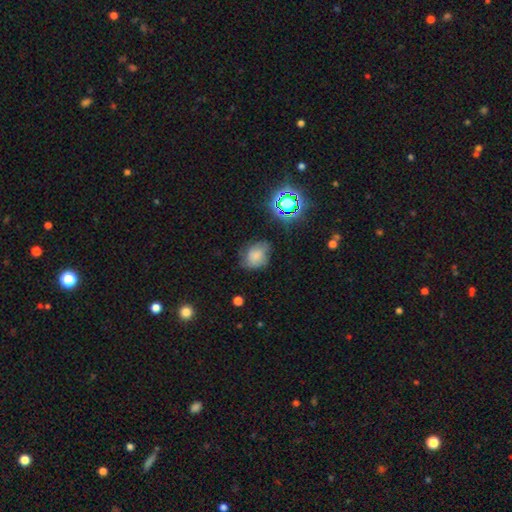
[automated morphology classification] This is likely a smooth galaxy (65%). How rounded: possibly in between (54%). Merging: possibly none (56%).